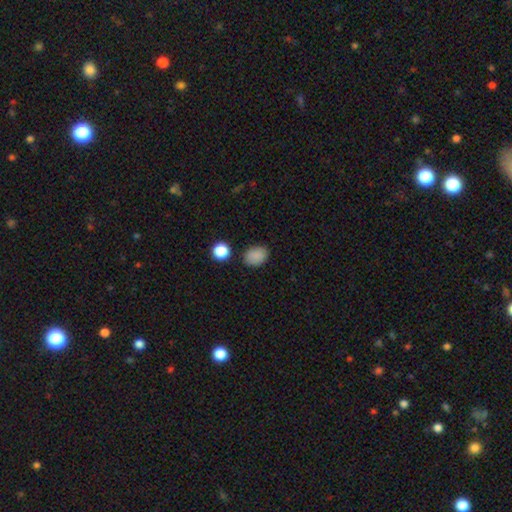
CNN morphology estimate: Smooth or featured? smooth (86%)
How rounded? in between (69%)
Merging? none (83%)